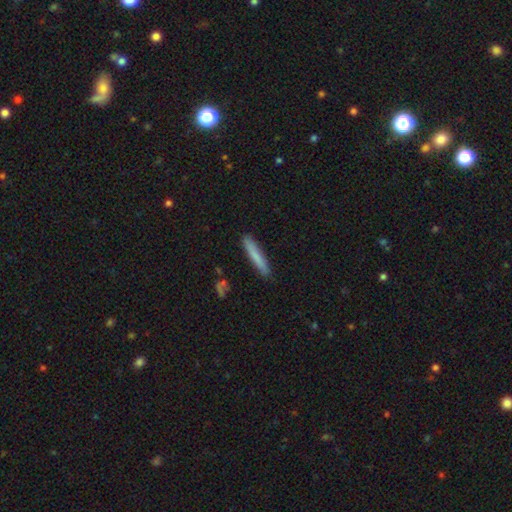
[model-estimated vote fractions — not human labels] Overall: smooth (78%). How rounded: cigar-shaped (94%). Merging: none (89%).